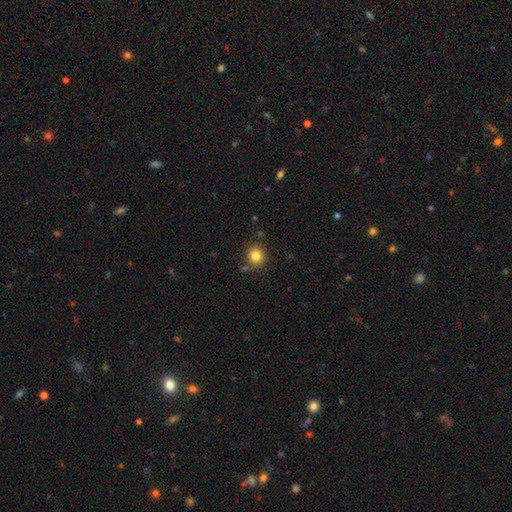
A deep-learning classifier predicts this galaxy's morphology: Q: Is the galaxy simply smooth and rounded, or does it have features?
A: smooth — 83%.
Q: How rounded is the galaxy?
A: round — 87%.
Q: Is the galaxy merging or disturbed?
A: none — 80%.